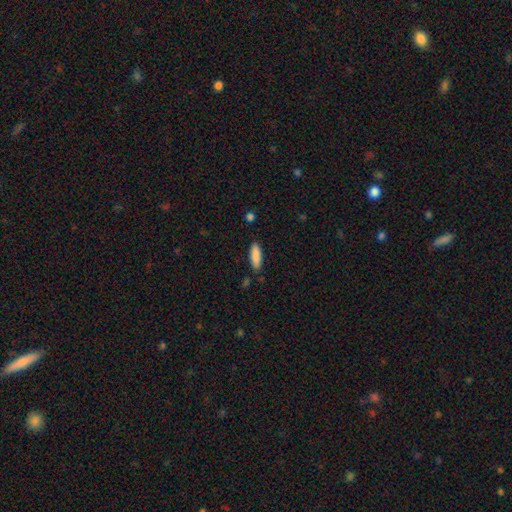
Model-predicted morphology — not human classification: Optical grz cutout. It shows a smooth galaxy with no disk features (88%) that is in between round and cigar-shaped (50%). Merging: none (86%).